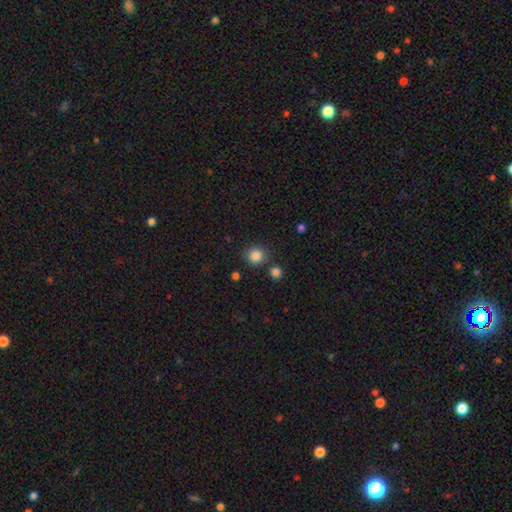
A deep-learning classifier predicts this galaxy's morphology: The model was most divided on "merging": none: 81%, minor disturbance: 9%, merger: 7%, major disturbance: 3%. More confident: how rounded — round (90%); smooth or featured — smooth (85%).